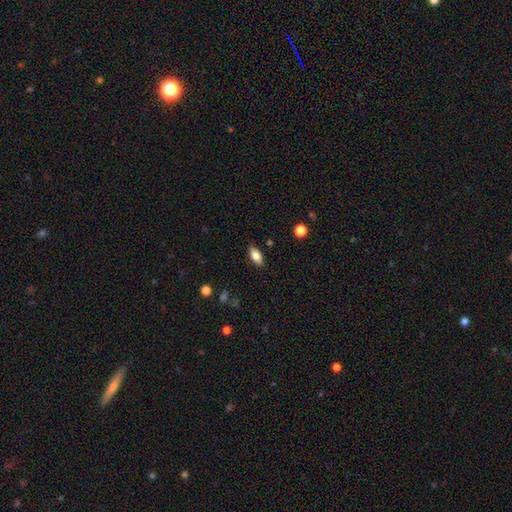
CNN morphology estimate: Q: Smooth or featured?
A: smooth (81%); runner-up: featured or disk (12%)
Q: How rounded?
A: in between (86%); runner-up: cigar-shaped (11%)
Q: Merging?
A: none (87%); runner-up: minor disturbance (10%)